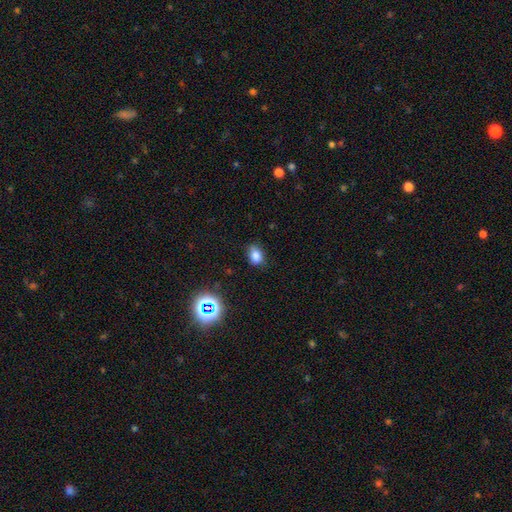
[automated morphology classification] This appears to be a smooth galaxy with no disk features (79%) that is in between round and cigar-shaped (71%). Merging: none (67%).